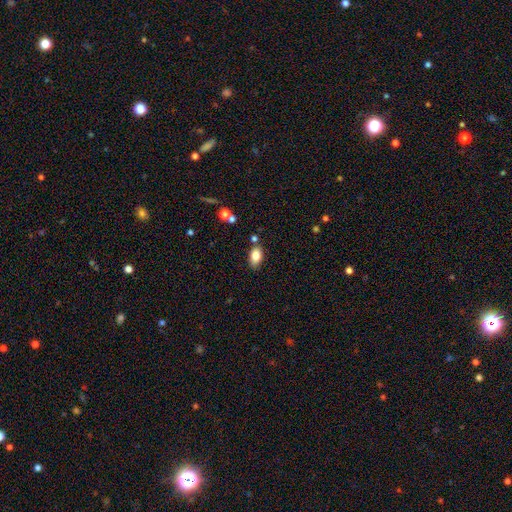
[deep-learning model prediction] Q: Smooth or featured?
A: smooth (81%); runner-up: featured or disk (11%)
Q: How rounded?
A: in between (90%); runner-up: round (8%)
Q: Merging?
A: none (77%); runner-up: minor disturbance (14%)